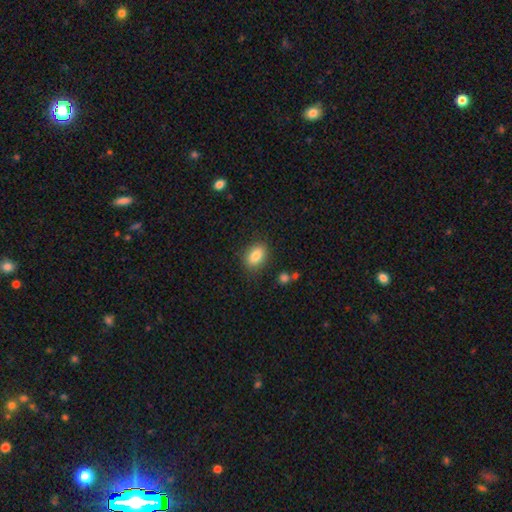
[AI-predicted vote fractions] The model was most divided on "how rounded": in between: 84%, round: 13%, cigar-shaped: 3%. More confident: smooth or featured — smooth (85%); merging — none (84%).